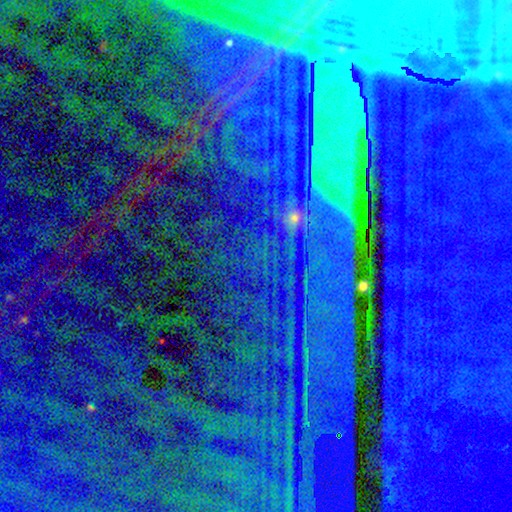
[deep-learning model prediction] Morphology: type=star or artifact (87%).